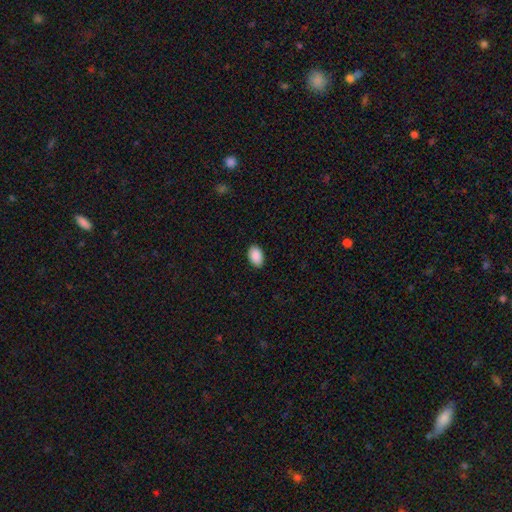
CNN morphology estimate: A smooth galaxy with no disk features (91%) that is in between round and cigar-shaped (92%).

Vote fractions:
- Smooth or featured? smooth: 91% / star or artifact: 7% / featured or disk: 2%
- How rounded? in between: 92% / round: 7% / cigar-shaped: 1%
- Merging? none: 89% / minor disturbance: 8% / major disturbance: 2% / merger: 1%